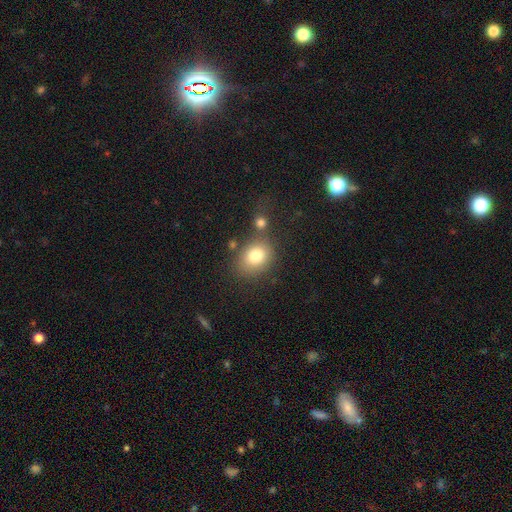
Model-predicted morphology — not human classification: Smooth or featured: smooth — 79% (star or artifact — 10%)
How rounded: in between — 51% (round — 48%)
Merging: none — 65% (merger — 15%)